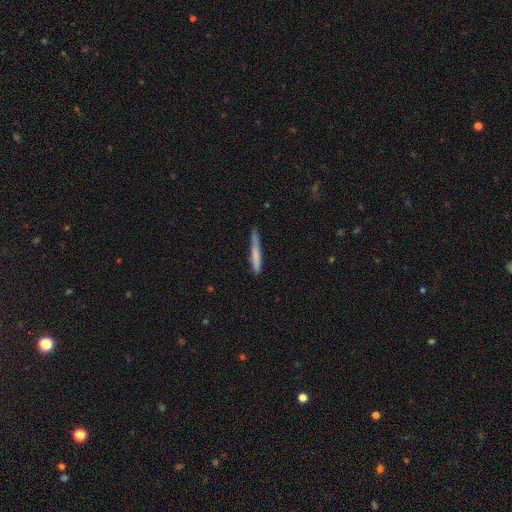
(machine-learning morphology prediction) smooth_or_featured: smooth (p=0.70) [alt: featured or disk p=0.24]
how_rounded: cigar-shaped (p=0.95) [alt: in between p=0.03]
merging: none (p=0.73) [alt: minor disturbance p=0.21]